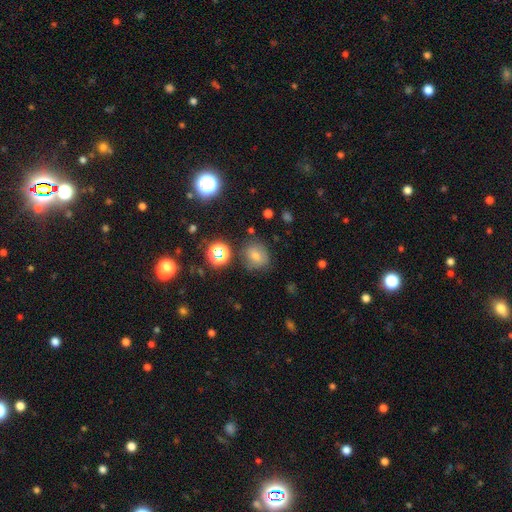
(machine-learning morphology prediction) This appears to be a smooth galaxy with no disk features (53%) that is round (76%). Merging: none (81%).